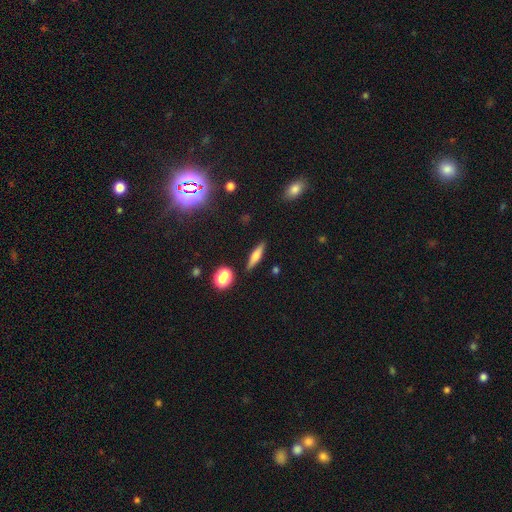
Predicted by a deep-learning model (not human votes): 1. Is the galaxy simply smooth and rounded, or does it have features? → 58% smooth, 33% featured or disk, 10% star or artifact.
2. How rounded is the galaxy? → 69% cigar-shaped, 27% in between, 4% round.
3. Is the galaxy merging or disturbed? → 85% none, 9% minor disturbance, 3% merger, 2% major disturbance.